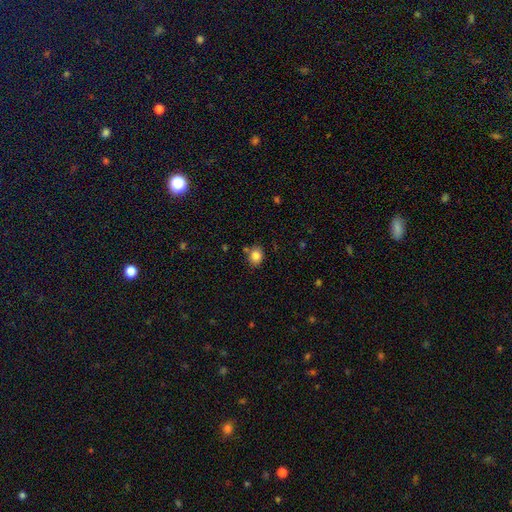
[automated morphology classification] Smooth or featured? Predicted: smooth (p=0.83). How rounded? Predicted: round (p=0.56). Merging? Predicted: none (p=0.76).